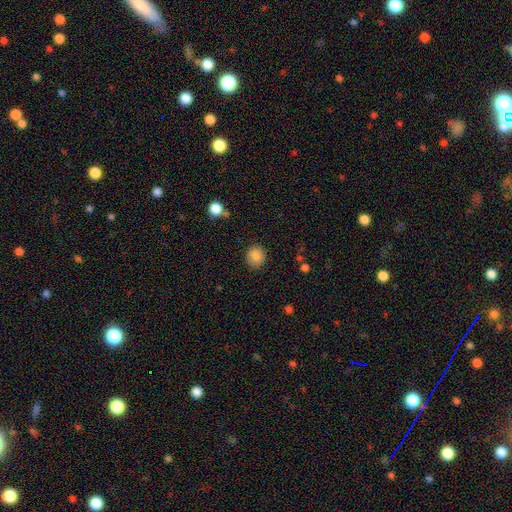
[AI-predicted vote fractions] The model was most divided on "how rounded": round: 81%, in between: 18%, cigar-shaped: 1%. More confident: merging — none (87%); smooth or featured — smooth (85%).